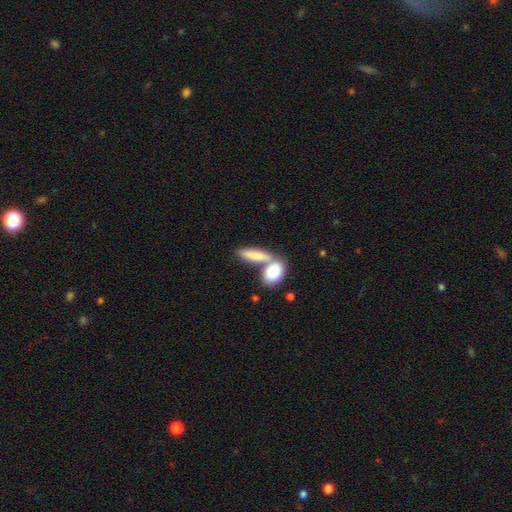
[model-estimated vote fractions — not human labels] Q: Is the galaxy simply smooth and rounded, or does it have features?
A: smooth — 81%.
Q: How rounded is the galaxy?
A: in between — 65%.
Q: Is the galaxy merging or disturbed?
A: merger — 50%.